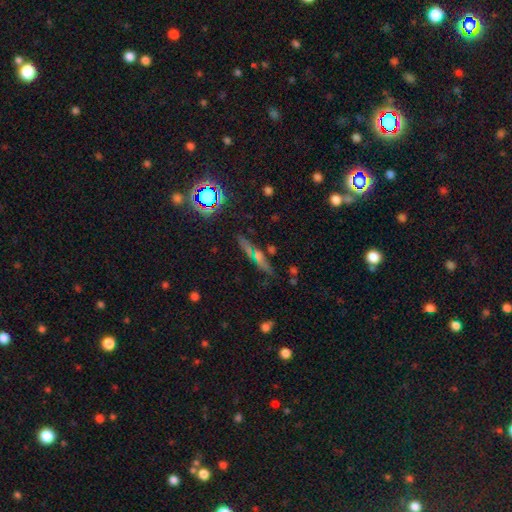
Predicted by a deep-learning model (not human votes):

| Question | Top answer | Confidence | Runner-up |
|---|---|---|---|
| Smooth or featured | smooth | 46% | featured or disk (33%) |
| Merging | none | 79% | minor disturbance (12%) |